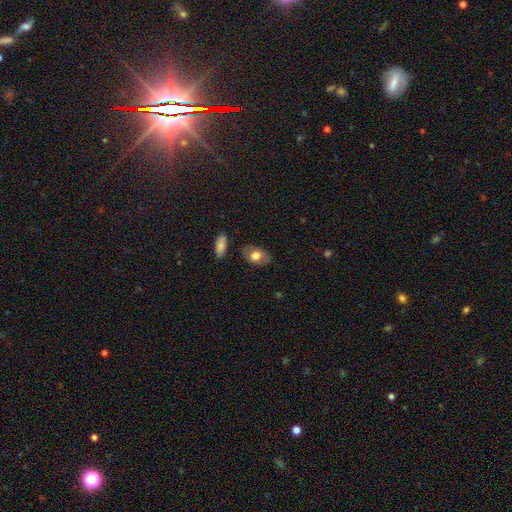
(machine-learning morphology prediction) This is likely a smooth galaxy (68%). How rounded: clearly in between (81%). Merging: likely none (78%).